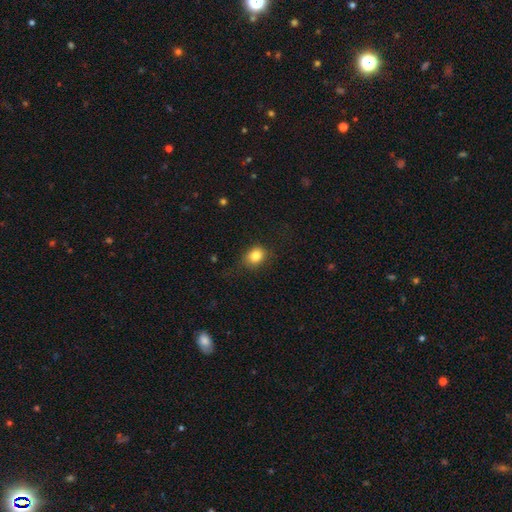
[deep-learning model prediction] smooth 83%, star or artifact 10%, featured or disk 7%. Down the decision tree: how rounded — round (59%); merging — none (78%).